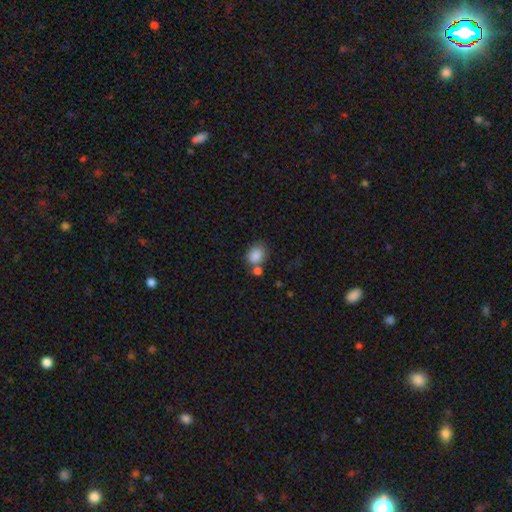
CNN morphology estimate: smooth-or-featured: smooth: 86% | star or artifact: 9% | featured or disk: 5%
  how-rounded: in between: 50% | round: 49% | cigar-shaped: 1%
  merging: none: 57% | merger: 23% | minor disturbance: 15% | major disturbance: 5%